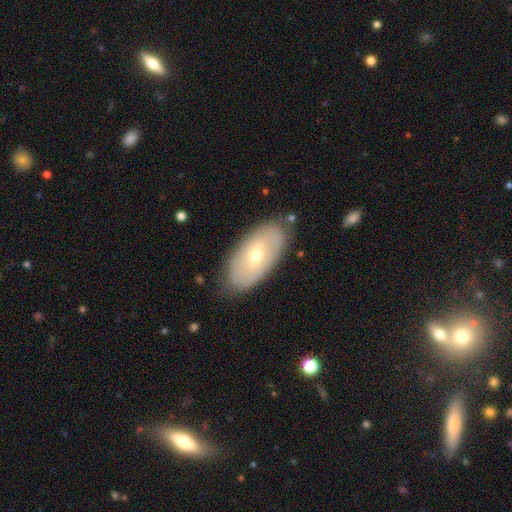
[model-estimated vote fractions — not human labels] Smooth or featured: featured or disk — 53% (smooth — 41%)
Edge-on disk: no — 87% (yes — 13%)
Merging: none — 81% (minor disturbance — 15%)